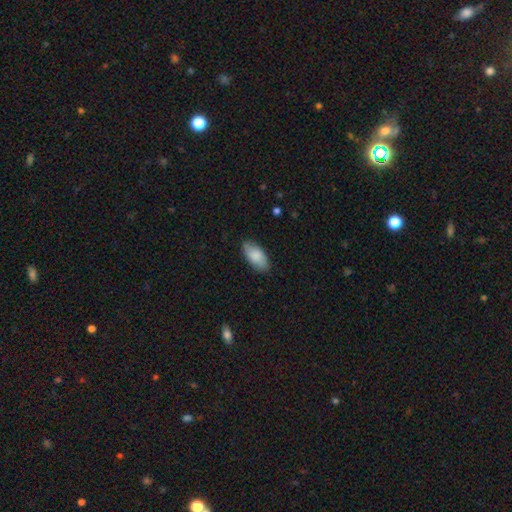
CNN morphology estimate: type=smooth (84%); roundness=in between (93%); merging=none (83%).